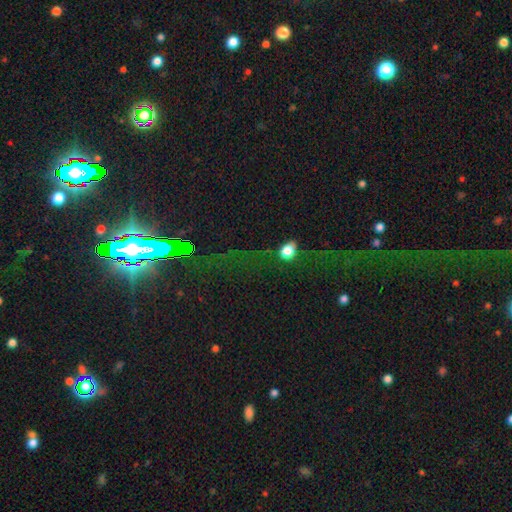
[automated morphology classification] Smooth or featured: star or artifact — 78% (featured or disk — 11%)